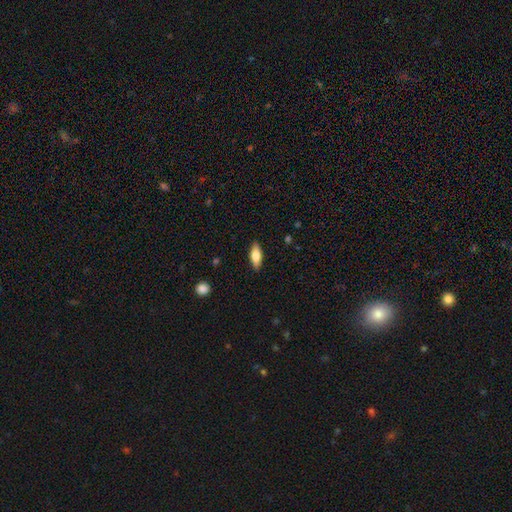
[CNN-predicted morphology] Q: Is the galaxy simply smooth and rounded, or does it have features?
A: smooth — 72%.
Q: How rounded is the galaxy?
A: in between — 72%.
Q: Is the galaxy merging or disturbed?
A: none — 88%.